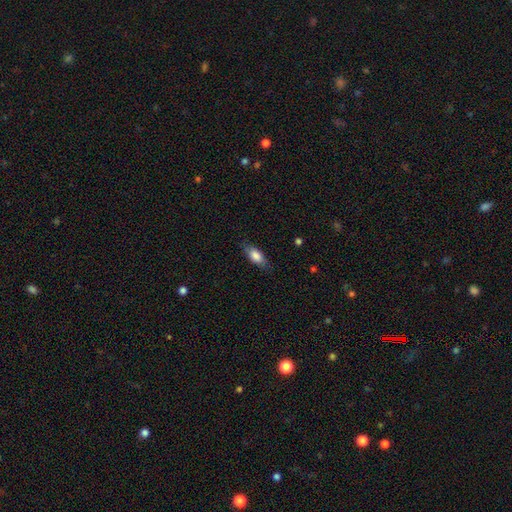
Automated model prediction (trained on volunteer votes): smooth-or-featured: smooth: 79% | featured or disk: 15% | star or artifact: 7%
  how-rounded: in between: 79% | cigar-shaped: 18% | round: 3%
  merging: none: 79% | minor disturbance: 16% | major disturbance: 4% | merger: 1%